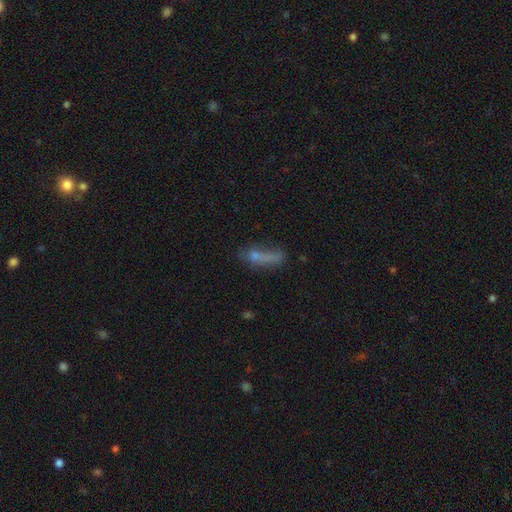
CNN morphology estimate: smooth 57%, featured or disk 26%, star or artifact 17%. Down the decision tree: how rounded — cigar-shaped (53%); merging — none (40%).